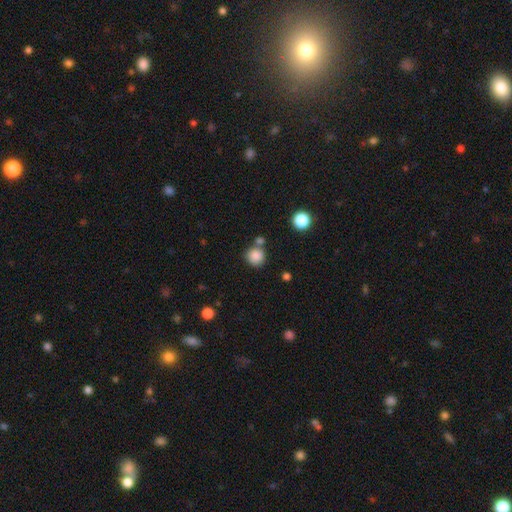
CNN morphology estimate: smooth 86%, star or artifact 10%, featured or disk 4%. Down the decision tree: how rounded — round (90%); merging — none (68%).